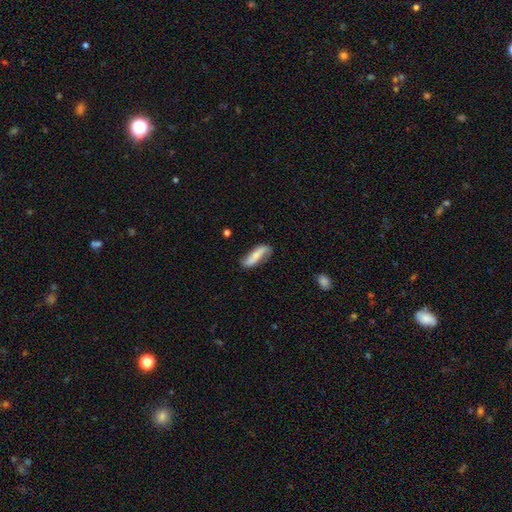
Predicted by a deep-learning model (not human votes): Smooth or featured: smooth — 57% (featured or disk — 36%)
How rounded: cigar-shaped — 50% (in between — 48%)
Merging: none — 69% (minor disturbance — 23%)